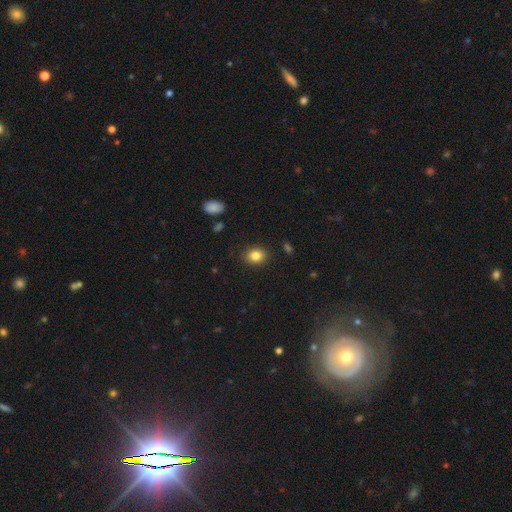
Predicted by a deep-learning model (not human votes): A smooth galaxy with no disk features (84%) that is in between round and cigar-shaped (52%).

Vote fractions:
- Smooth or featured? smooth: 84% / star or artifact: 10% / featured or disk: 6%
- How rounded? in between: 52% / round: 47% / cigar-shaped: 1%
- Merging? none: 88% / minor disturbance: 9% / major disturbance: 2% / merger: 1%